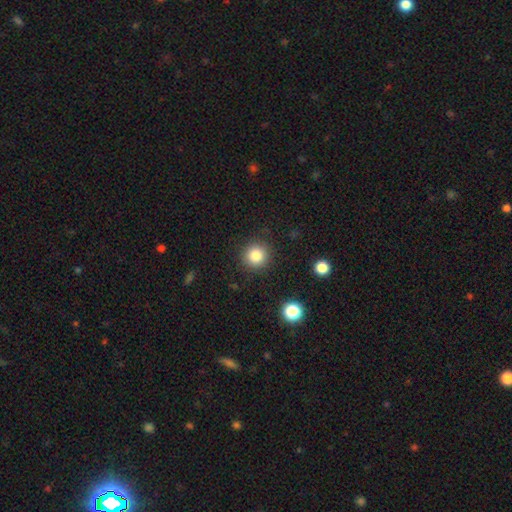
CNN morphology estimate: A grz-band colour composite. It shows a smooth galaxy with no disk features (83%) that is round (93%). Merging: none (89%).